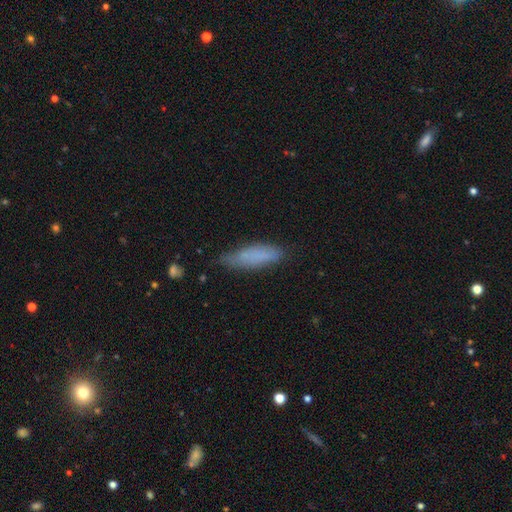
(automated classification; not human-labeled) Smooth or featured? Predicted: smooth (p=0.77). How rounded? Predicted: cigar-shaped (p=0.60). Merging? Predicted: none (p=0.67).